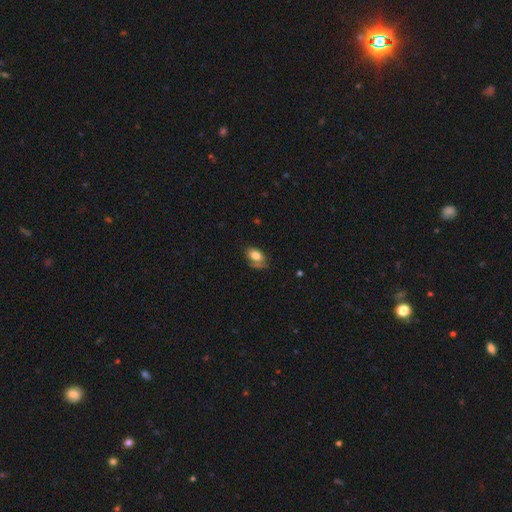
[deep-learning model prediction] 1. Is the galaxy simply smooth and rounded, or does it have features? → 75% smooth, 17% featured or disk, 8% star or artifact.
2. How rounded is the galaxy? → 88% in between, 10% round, 2% cigar-shaped.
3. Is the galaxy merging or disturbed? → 53% none, 31% minor disturbance, 13% major disturbance, 3% merger.